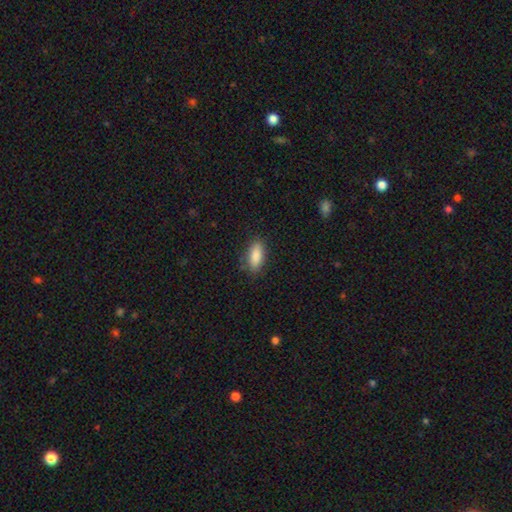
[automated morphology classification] type=smooth (87%); roundness=in between (79%); merging=none (83%).